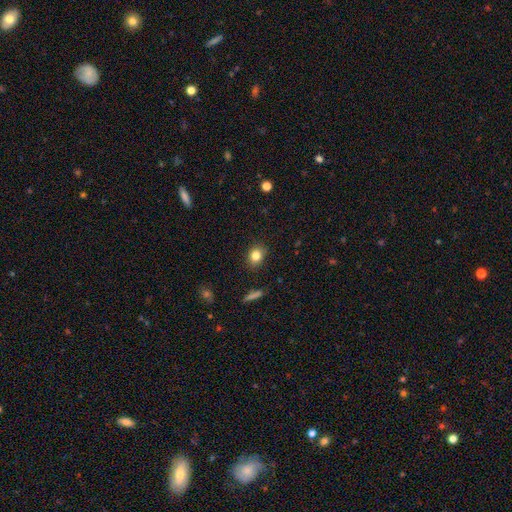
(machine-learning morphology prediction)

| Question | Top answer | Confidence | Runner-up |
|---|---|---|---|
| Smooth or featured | smooth | 82% | star or artifact (11%) |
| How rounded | round | 55% | in between (44%) |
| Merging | none | 88% | minor disturbance (9%) |